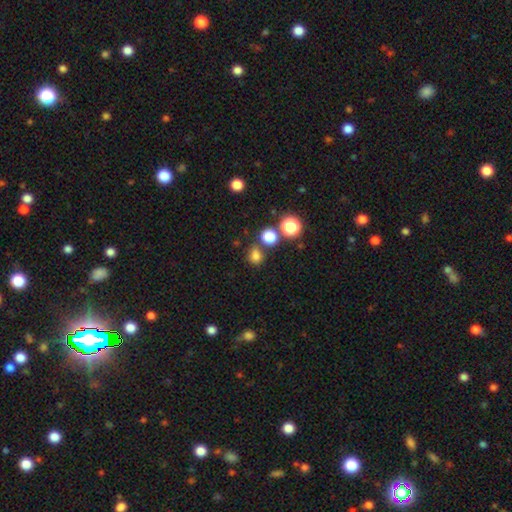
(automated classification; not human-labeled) smooth 75%, star or artifact 20%, featured or disk 5%. Down the decision tree: how rounded — round (79%); merging — none (70%).